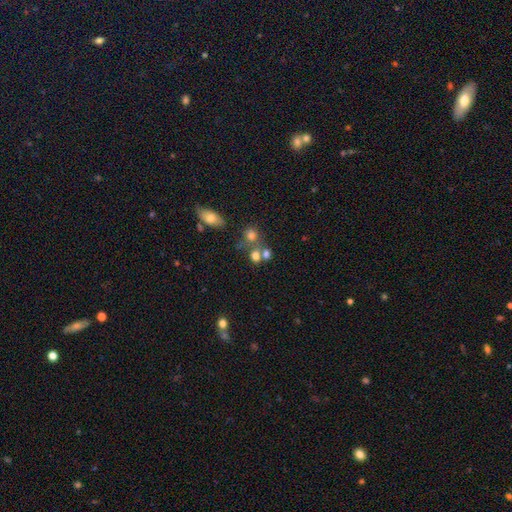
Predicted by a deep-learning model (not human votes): Smooth or featured: smooth — 71% (star or artifact — 16%)
How rounded: round — 73% (in between — 26%)
Merging: none — 45% (merger — 40%)